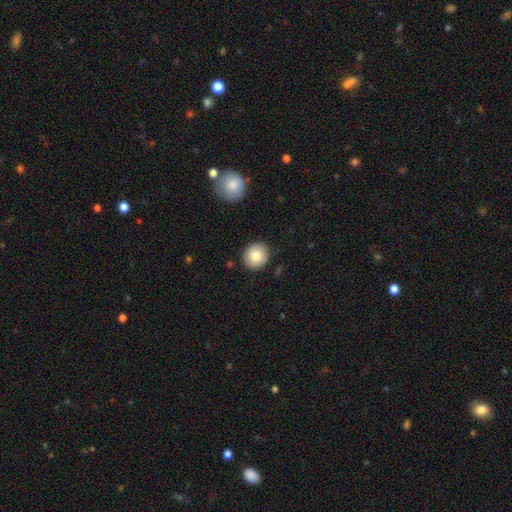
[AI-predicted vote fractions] Smooth or featured: smooth — 82% (featured or disk — 10%)
How rounded: round — 90% (in between — 9%)
Merging: none — 90% (minor disturbance — 7%)